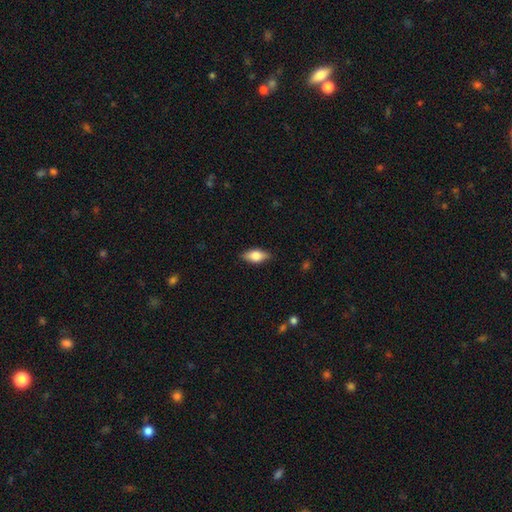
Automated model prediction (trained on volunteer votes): smooth-or-featured: smooth: 69% | featured or disk: 24% | star or artifact: 7%
  how-rounded: in between: 84% | cigar-shaped: 12% | round: 4%
  merging: none: 86% | minor disturbance: 11% | major disturbance: 2% | merger: 1%